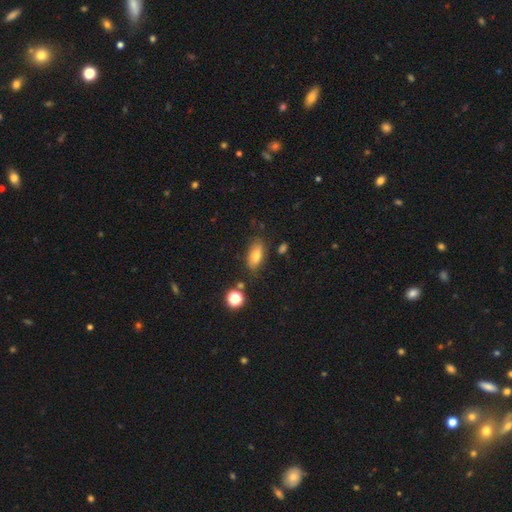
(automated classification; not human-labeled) smooth-or-featured: smooth: 74% | featured or disk: 16% | star or artifact: 10%
  how-rounded: in between: 83% | cigar-shaped: 12% | round: 6%
  merging: none: 77% | minor disturbance: 15% | major disturbance: 4% | merger: 4%